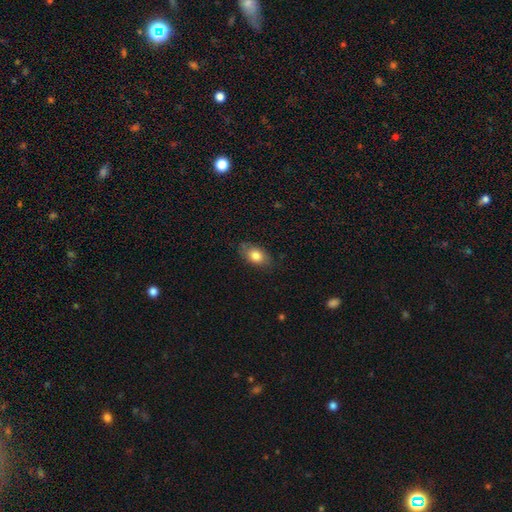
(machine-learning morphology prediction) Smooth or featured? Predicted: smooth (p=0.80). How rounded? Predicted: in between (p=0.87). Merging? Predicted: none (p=0.75).